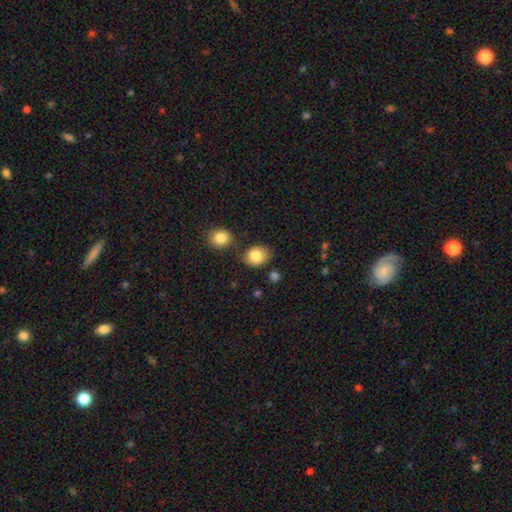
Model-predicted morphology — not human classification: smooth_or_featured: smooth (p=0.84) [alt: star or artifact p=0.08]
how_rounded: in between (p=0.52) [alt: round p=0.47]
merging: none (p=0.74) [alt: minor disturbance p=0.15]